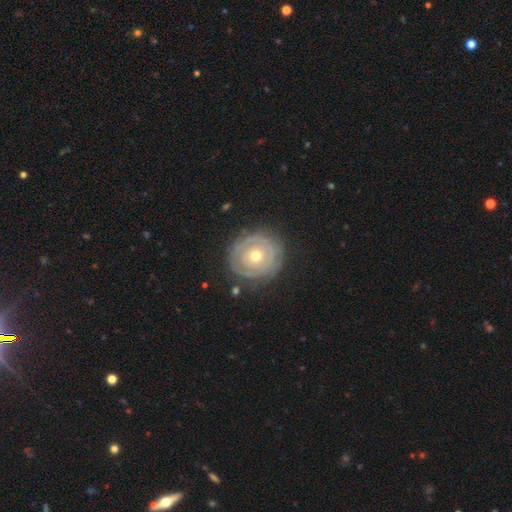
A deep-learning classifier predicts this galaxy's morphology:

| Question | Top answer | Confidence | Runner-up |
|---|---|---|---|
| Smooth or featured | featured or disk | 70% | smooth (24%) |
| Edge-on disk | no | 97% | yes (3%) |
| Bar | no | 89% | weak (8%) |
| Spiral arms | yes | 58% | no (42%) |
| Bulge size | moderate | 59% | small (36%) |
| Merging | none | 80% | minor disturbance (13%) |